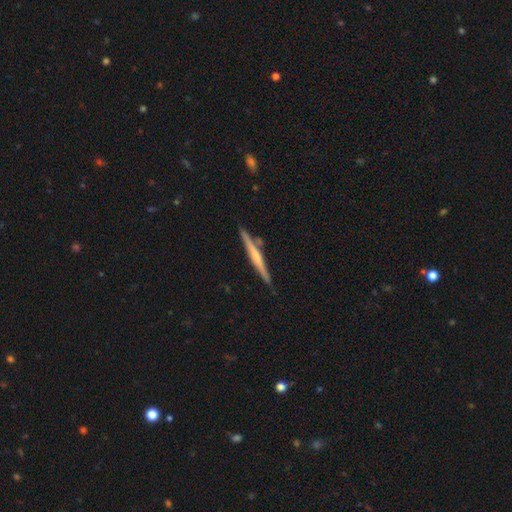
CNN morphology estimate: smooth_or_featured: featured or disk (p=0.62) [alt: smooth p=0.32]
disk_edge_on: yes (p=0.98) [alt: no p=0.02]
edge_on_bulge: rounded (p=0.48) [alt: none p=0.40]
merging: none (p=0.84) [alt: minor disturbance p=0.10]